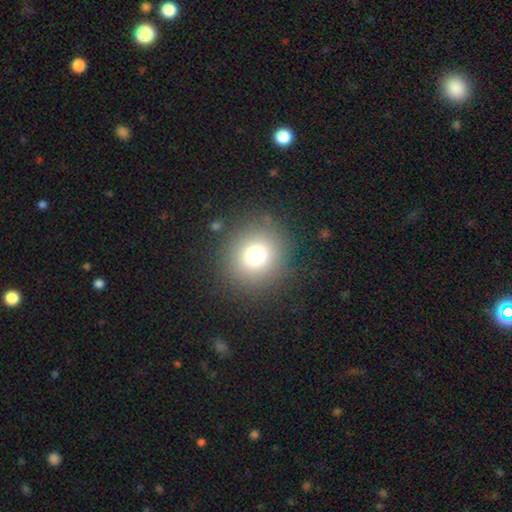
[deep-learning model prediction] This appears to be a smooth galaxy with no disk features (73%) that is round (92%). Merging: none (88%).